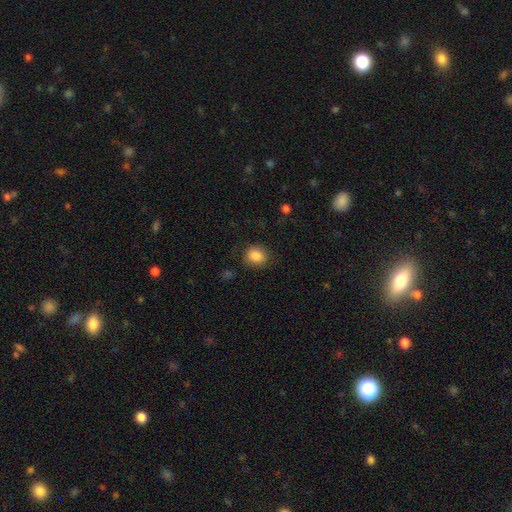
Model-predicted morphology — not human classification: This is clearly a smooth galaxy (86%). How rounded: likely round (74%). Merging: clearly none (84%).